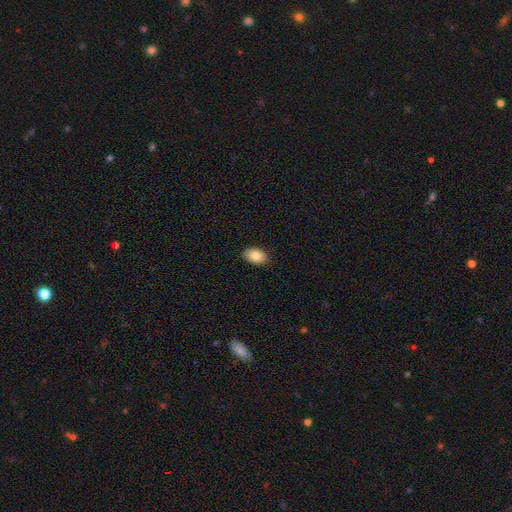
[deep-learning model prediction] smooth-or-featured: smooth: 85% | featured or disk: 8% | star or artifact: 7%
  how-rounded: in between: 92% | round: 7% | cigar-shaped: 1%
  merging: none: 88% | minor disturbance: 10% | major disturbance: 2% | merger: 1%